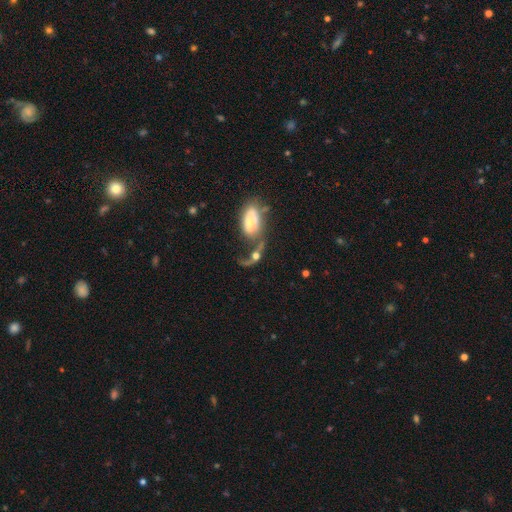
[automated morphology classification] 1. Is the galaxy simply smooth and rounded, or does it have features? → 49% featured or disk, 37% smooth, 14% star or artifact.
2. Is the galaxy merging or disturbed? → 40% merger, 24% major disturbance, 24% none, 12% minor disturbance.